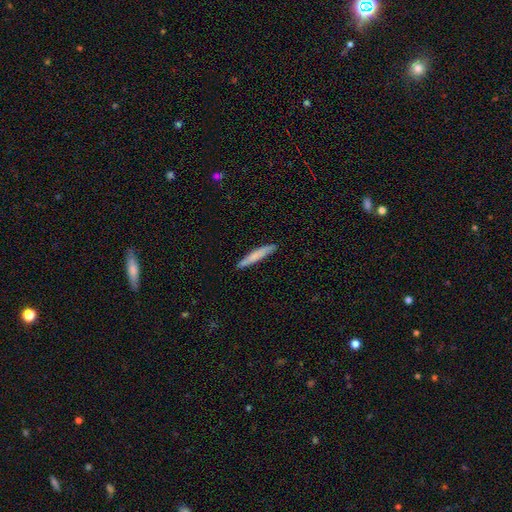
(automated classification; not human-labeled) Overall: smooth (72%). How rounded: cigar-shaped (94%). Merging: none (88%).